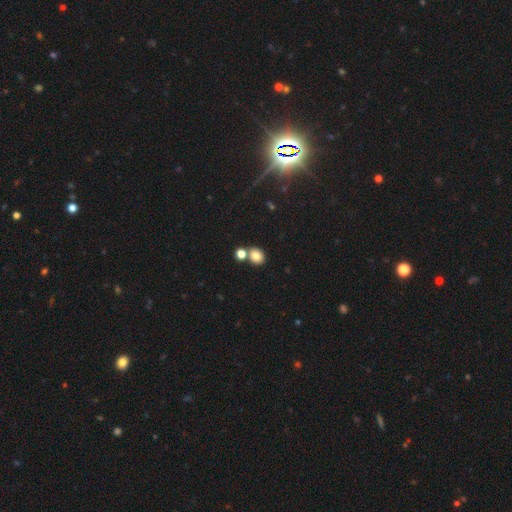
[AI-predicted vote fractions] Smooth or featured? Predicted: smooth (p=0.81). How rounded? Predicted: round (p=0.64). Merging? Predicted: none (p=0.61).